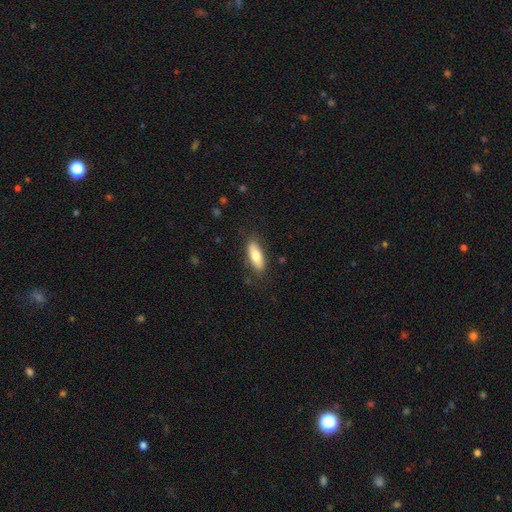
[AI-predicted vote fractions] Overall: smooth (75%). How rounded: in between (73%). Merging: none (80%).